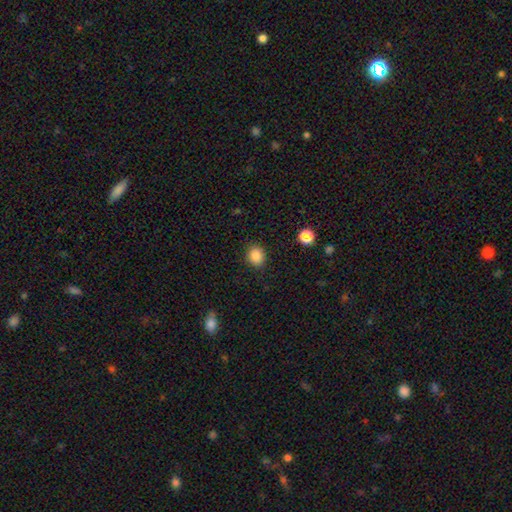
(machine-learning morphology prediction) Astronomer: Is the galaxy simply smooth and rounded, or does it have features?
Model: smooth — 86%.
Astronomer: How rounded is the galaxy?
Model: round — 67%.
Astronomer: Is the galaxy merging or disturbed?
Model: none — 88%.